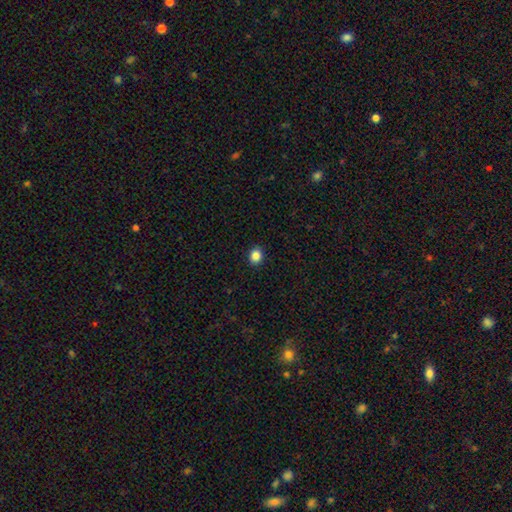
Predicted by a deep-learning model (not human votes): Smooth or featured?
  - smooth: 85% *
  - star or artifact: 11%
  - featured or disk: 4%
How rounded?
  - round: 69% *
  - in between: 30%
  - cigar-shaped: 1%
Merging?
  - none: 92% *
  - minor disturbance: 5%
  - major disturbance: 2%
  - merger: 1%